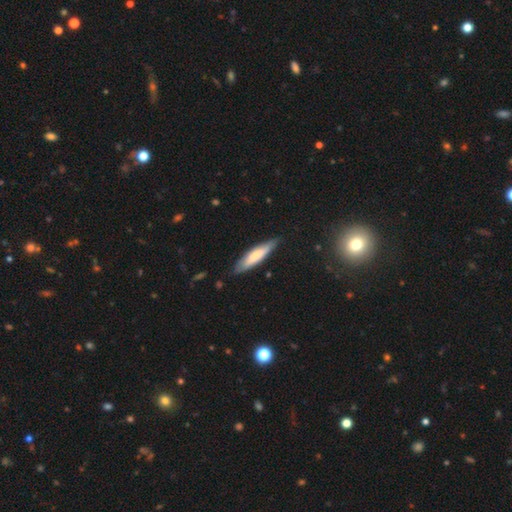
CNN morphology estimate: Overall: smooth (67%; featured or disk 28%). How rounded: cigar-shaped (74%). Merging: none (80%).